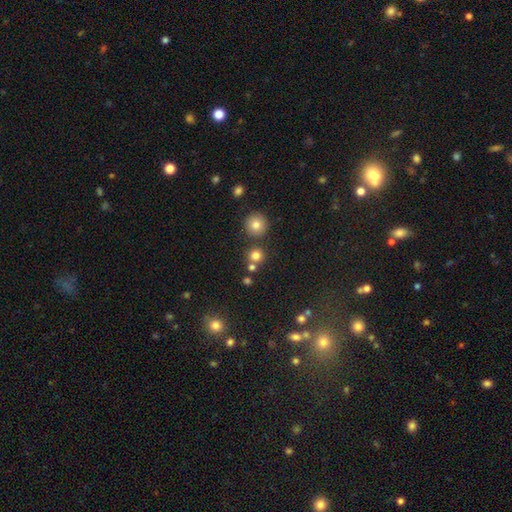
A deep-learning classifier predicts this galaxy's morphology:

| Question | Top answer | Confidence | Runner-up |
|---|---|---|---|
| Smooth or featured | smooth | 77% | star or artifact (15%) |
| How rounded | round | 90% | in between (9%) |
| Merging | none | 71% | merger (19%) |